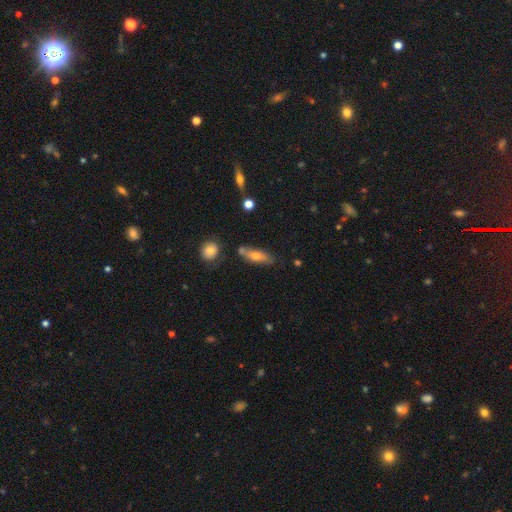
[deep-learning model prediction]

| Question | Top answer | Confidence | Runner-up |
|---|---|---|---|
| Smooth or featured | smooth | 60% | featured or disk (32%) |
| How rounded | in between | 58% | cigar-shaped (38%) |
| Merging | none | 65% | minor disturbance (19%) |